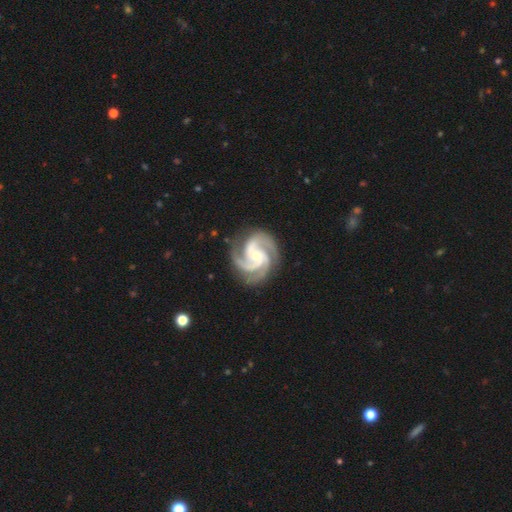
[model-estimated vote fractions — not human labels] A featured or disk galaxy (95%) with no bar (59%), 3 (76%) medium (50%) spiral arms (99%) and a small central bulge (58%). Merging: none (80%).